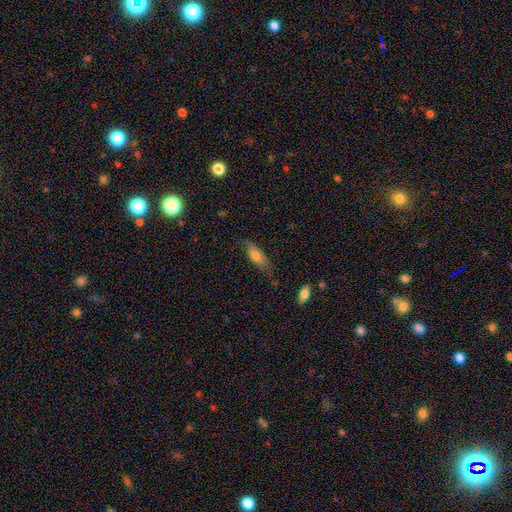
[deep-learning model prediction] Smooth or featured: smooth — 69% (featured or disk — 24%)
How rounded: in between — 69% (cigar-shaped — 28%)
Merging: none — 66% (minor disturbance — 25%)